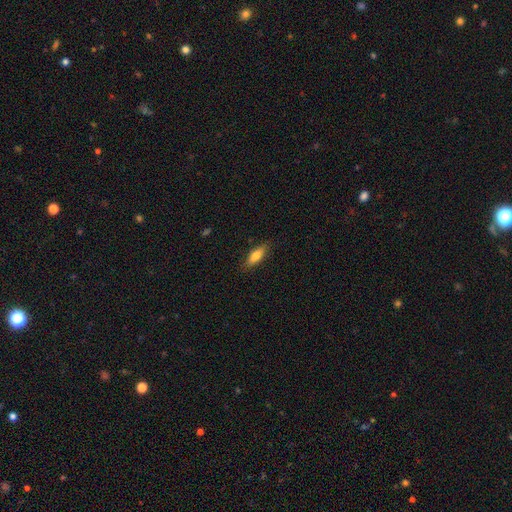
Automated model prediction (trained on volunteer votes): A smooth galaxy with no disk features (76%) that is in between round and cigar-shaped (58%).

Vote fractions:
- Smooth or featured? smooth: 76% / featured or disk: 18% / star or artifact: 7%
- How rounded? in between: 58% / cigar-shaped: 40% / round: 2%
- Merging? none: 84% / minor disturbance: 12% / major disturbance: 3% / merger: 1%